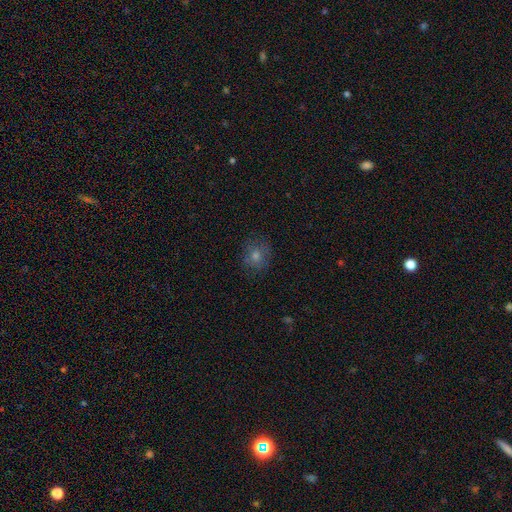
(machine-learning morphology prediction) Smooth or featured: smooth — 62% (star or artifact — 22%)
How rounded: round — 82% (in between — 17%)
Merging: none — 84% (minor disturbance — 12%)